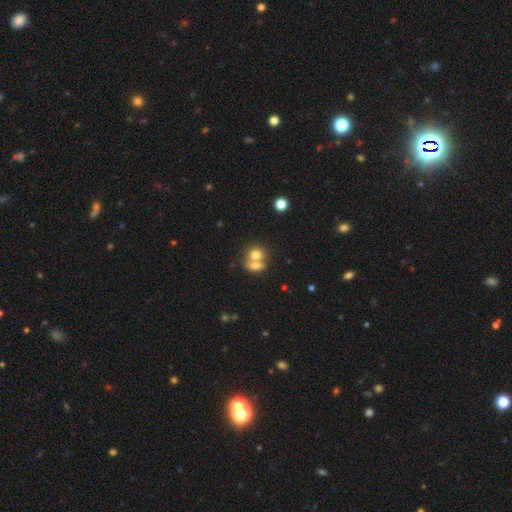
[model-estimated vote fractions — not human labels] smooth_or_featured: smooth (p=0.75) [alt: featured or disk p=0.15]
how_rounded: round (p=0.58) [alt: in between p=0.40]
merging: merger (p=0.62) [alt: none p=0.29]